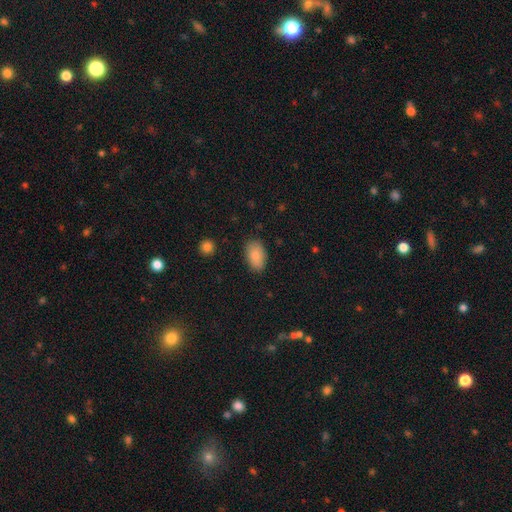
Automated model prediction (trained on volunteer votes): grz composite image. It shows a smooth galaxy with no disk features (86%) that is in between round and cigar-shaped (92%). Merging: none (85%).